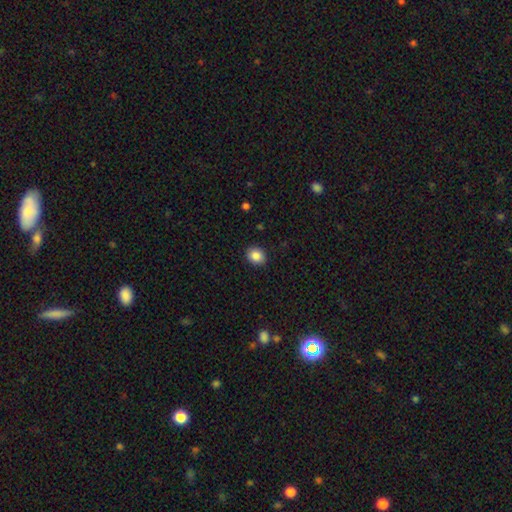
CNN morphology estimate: type=smooth (87%); roundness=round (64%); merging=none (90%).